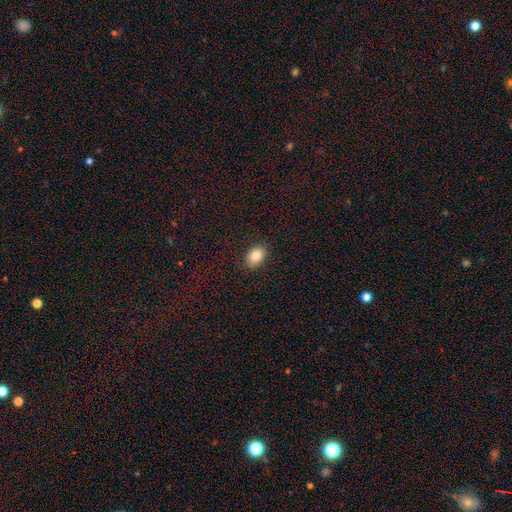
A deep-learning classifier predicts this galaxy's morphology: smooth-or-featured: smooth: 84% | star or artifact: 9% | featured or disk: 7%
  how-rounded: in between: 76% | round: 23% | cigar-shaped: 1%
  merging: none: 89% | minor disturbance: 8% | major disturbance: 2% | merger: 1%